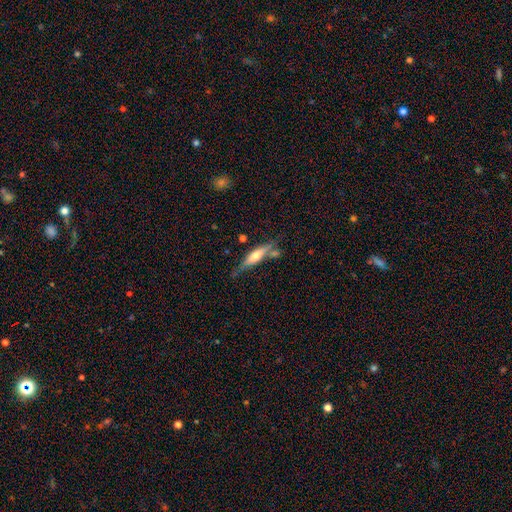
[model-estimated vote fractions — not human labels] Smooth or featured: featured or disk — 51% (smooth — 44%)
Edge-on disk: yes — 89% (no — 11%)
Merging: none — 61% (minor disturbance — 21%)